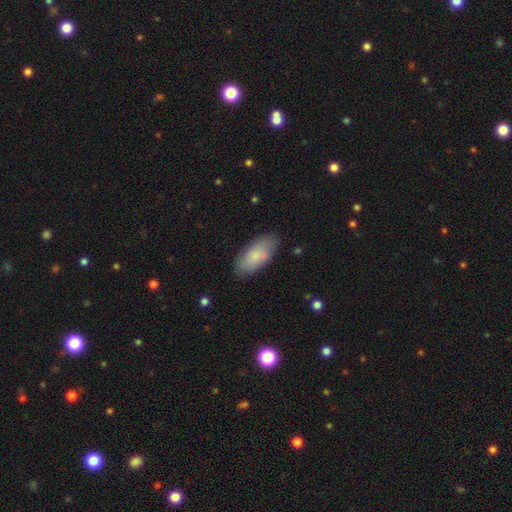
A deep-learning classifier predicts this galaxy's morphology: type=smooth (77%); roundness=in between (90%); merging=none (80%).